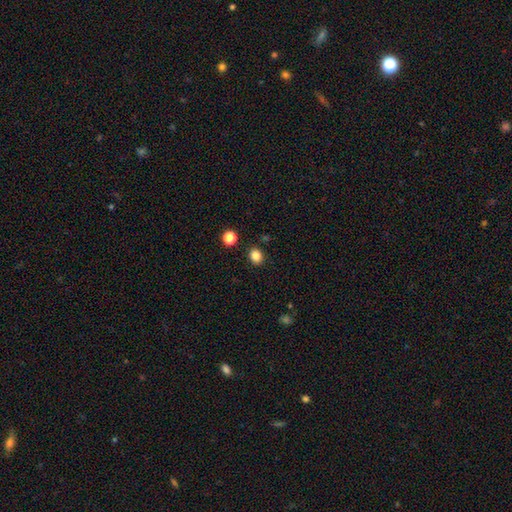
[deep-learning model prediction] Overall: smooth (85%). How rounded: round (57%; in between 42%). Merging: none (87%).